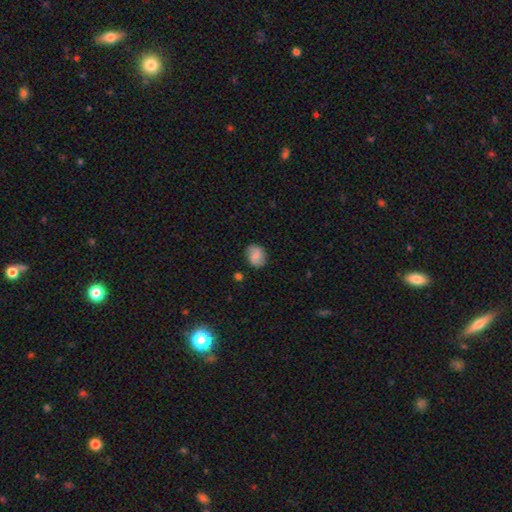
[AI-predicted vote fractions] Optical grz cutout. It shows a smooth galaxy with no disk features (70%) that is round (52%). Merging: none (82%).